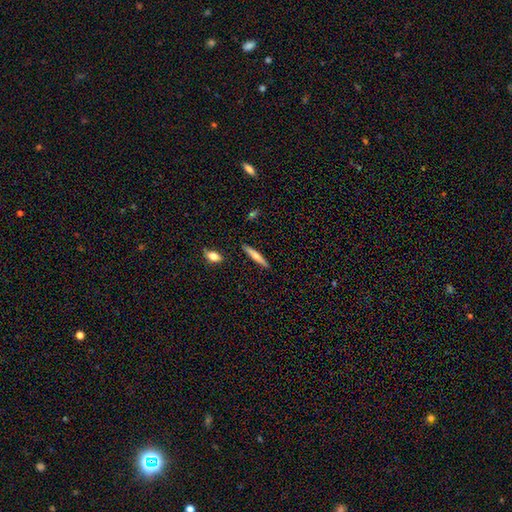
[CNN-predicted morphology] A smooth galaxy with no disk features (56%) that is cigar-shaped (90%).

Vote fractions:
- Smooth or featured? smooth: 56% / featured or disk: 38% / star or artifact: 6%
- How rounded? cigar-shaped: 90% / in between: 8% / round: 2%
- Merging? none: 89% / minor disturbance: 8% / merger: 2% / major disturbance: 2%